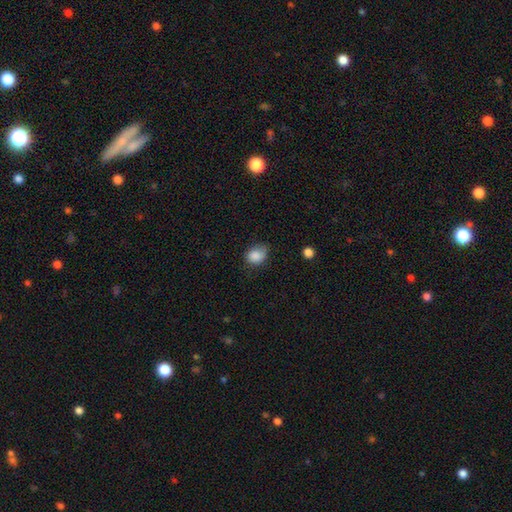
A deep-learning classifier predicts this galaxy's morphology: This appears to be a smooth galaxy with no disk features (86%) that is round (51%). Merging: none (62%).